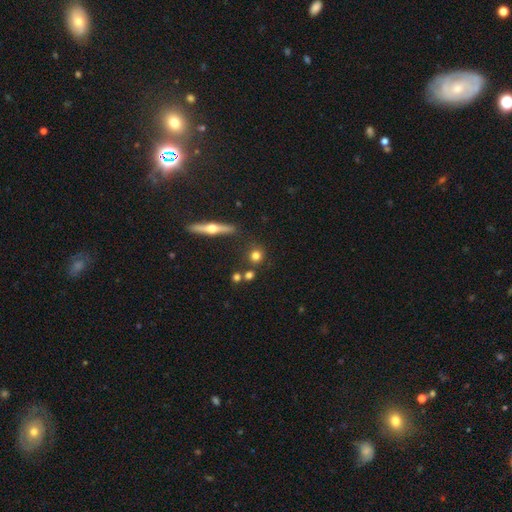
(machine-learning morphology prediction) Smooth or featured? Predicted: smooth (p=0.72). How rounded? Predicted: round (p=0.88). Merging? Predicted: none (p=0.79).